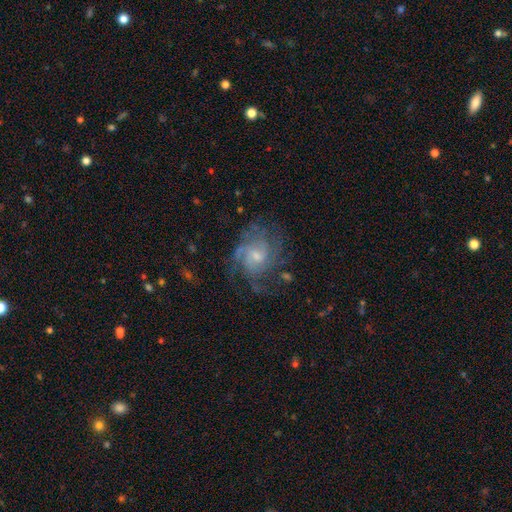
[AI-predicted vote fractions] Q: Smooth or featured?
A: featured or disk (80%); runner-up: smooth (11%)
Q: Edge-on disk?
A: no (98%); runner-up: yes (2%)
Q: Bar?
A: no (58%); runner-up: weak (38%)
Q: Spiral arms?
A: yes (93%); runner-up: no (7%)
Q: Spiral winding?
A: tight (45%); runner-up: medium (42%)
Q: Spiral arm count?
A: can't tell (32%); runner-up: 3 (24%)
Q: Bulge size?
A: small (50%); runner-up: moderate (41%)
Q: Merging?
A: none (65%); runner-up: minor disturbance (18%)